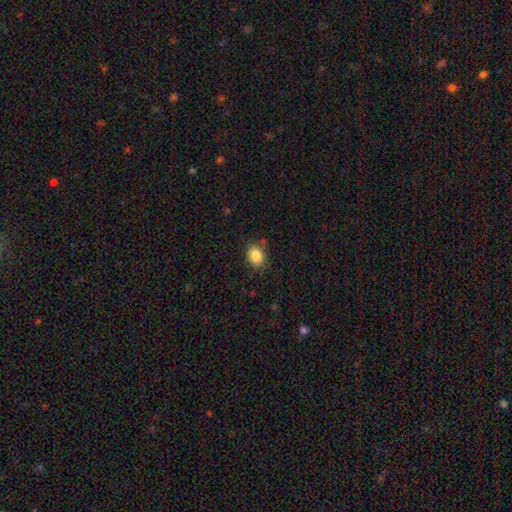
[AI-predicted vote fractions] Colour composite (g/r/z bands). It shows a smooth galaxy with no disk features (86%) that is in between round and cigar-shaped (62%). Merging: none (82%).